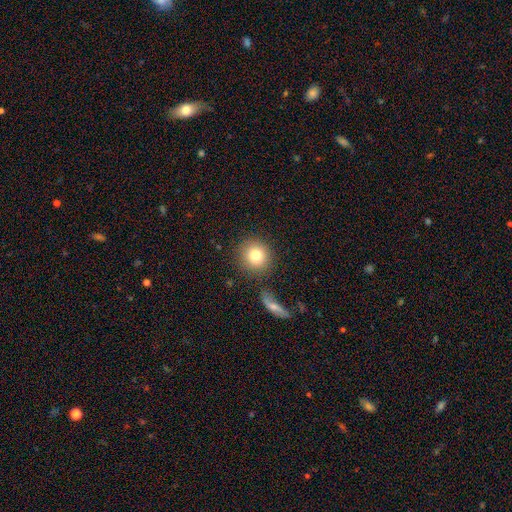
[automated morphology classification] Smooth or featured: smooth — 81% (featured or disk — 10%)
How rounded: round — 90% (in between — 9%)
Merging: none — 82% (minor disturbance — 9%)